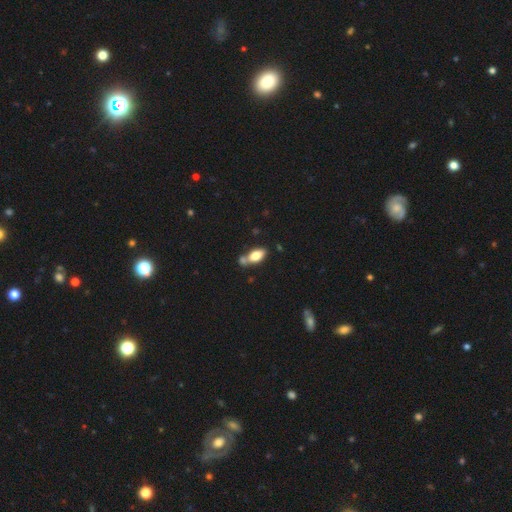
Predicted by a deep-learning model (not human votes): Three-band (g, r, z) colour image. It shows a smooth galaxy with no disk features (73%) that is in between round and cigar-shaped (86%). Merging: none (54%).